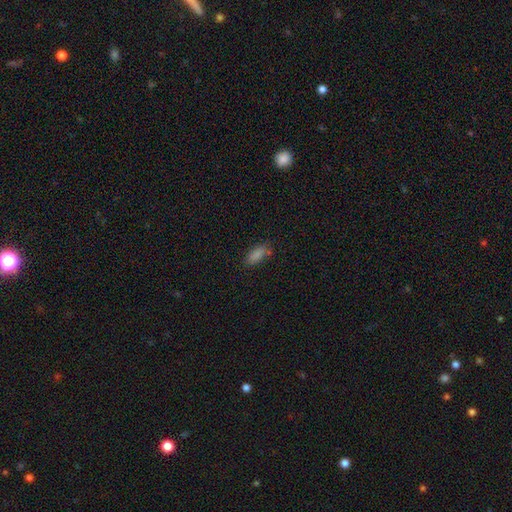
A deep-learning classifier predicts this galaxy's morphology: Q: Smooth or featured?
A: smooth (80%); runner-up: star or artifact (14%)
Q: How rounded?
A: in between (74%); runner-up: cigar-shaped (22%)
Q: Merging?
A: none (78%); runner-up: minor disturbance (15%)